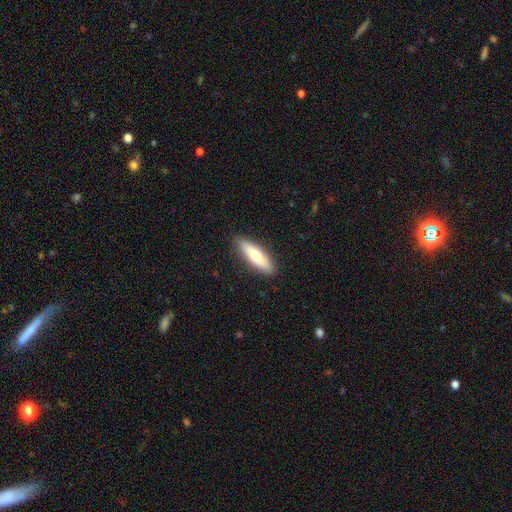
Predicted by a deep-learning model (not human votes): This is likely a smooth galaxy (67%). How rounded: likely cigar-shaped (61%). Merging: clearly none (89%).